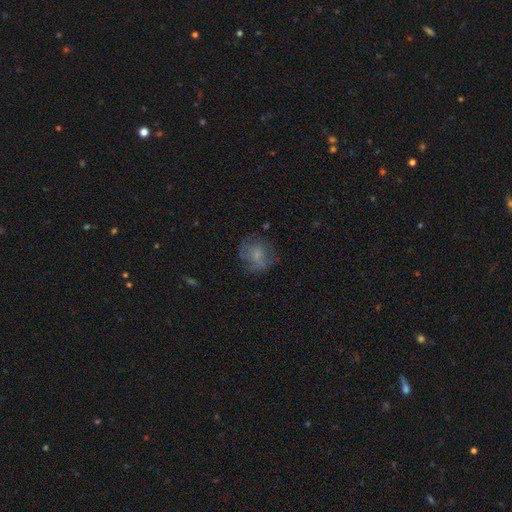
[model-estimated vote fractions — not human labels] A smooth galaxy with no disk features (52%) that is round (76%).

Vote fractions:
- Smooth or featured? smooth: 52% / featured or disk: 35% / star or artifact: 13%
- How rounded? round: 76% / in between: 23% / cigar-shaped: 1%
- Merging? none: 63% / minor disturbance: 20% / major disturbance: 15% / merger: 2%